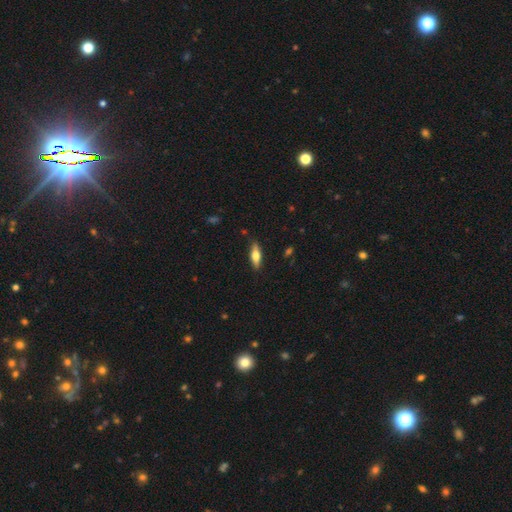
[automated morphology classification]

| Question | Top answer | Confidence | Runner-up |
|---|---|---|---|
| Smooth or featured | smooth | 50% | featured or disk (43%) |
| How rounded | in between | 50% | cigar-shaped (47%) |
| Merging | none | 86% | minor disturbance (10%) |